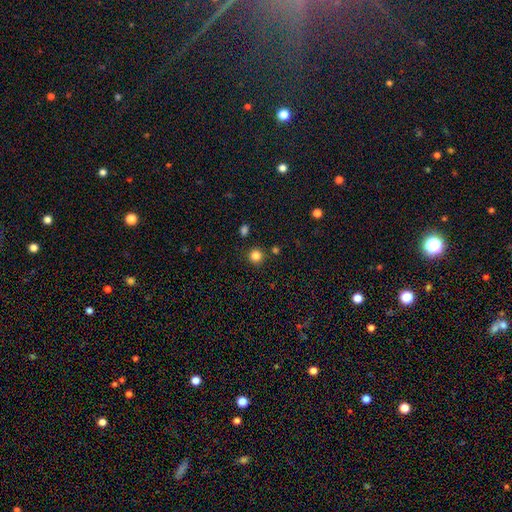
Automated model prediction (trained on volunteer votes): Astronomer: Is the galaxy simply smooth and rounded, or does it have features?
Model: smooth — 83%.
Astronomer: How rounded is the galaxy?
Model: round — 94%.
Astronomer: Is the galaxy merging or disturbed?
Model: none — 88%.